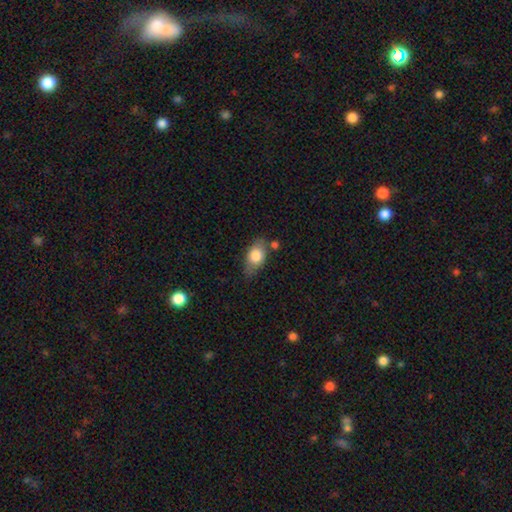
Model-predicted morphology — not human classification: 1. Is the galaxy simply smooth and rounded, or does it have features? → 75% smooth, 18% featured or disk, 7% star or artifact.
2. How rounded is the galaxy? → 85% in between, 10% round, 5% cigar-shaped.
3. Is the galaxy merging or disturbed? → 66% none, 21% minor disturbance, 8% merger, 5% major disturbance.